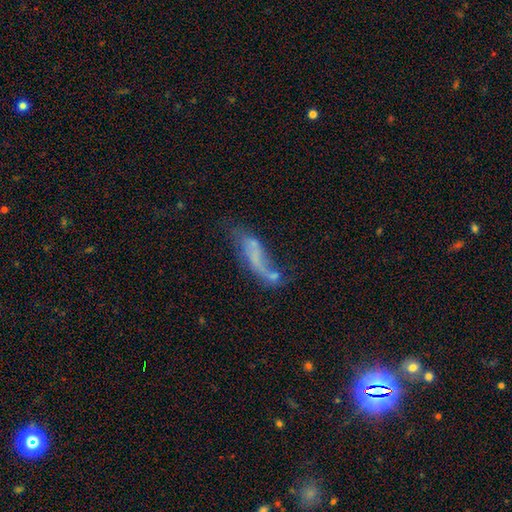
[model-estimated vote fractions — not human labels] The model was most divided on "merging": major disturbance: 33%, none: 27%, merger: 20%, minor disturbance: 20%. More confident: edge-on disk — no (86%); smooth or featured — featured or disk (52%).